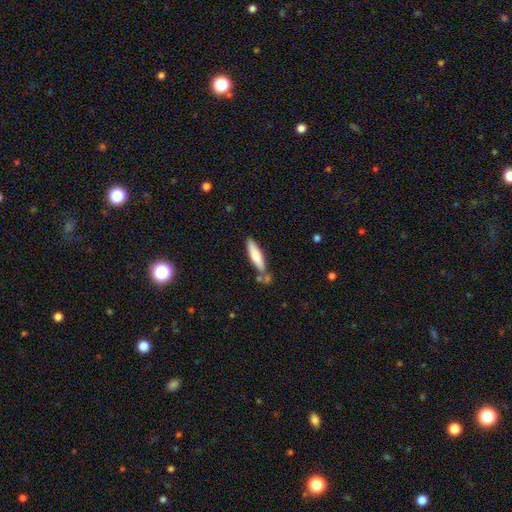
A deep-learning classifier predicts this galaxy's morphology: A smooth galaxy with no disk features (72%) that is cigar-shaped (76%).

Vote fractions:
- Smooth or featured? smooth: 72% / featured or disk: 23% / star or artifact: 5%
- How rounded? cigar-shaped: 76% / in between: 23% / round: 1%
- Merging? none: 70% / minor disturbance: 16% / merger: 11% / major disturbance: 3%